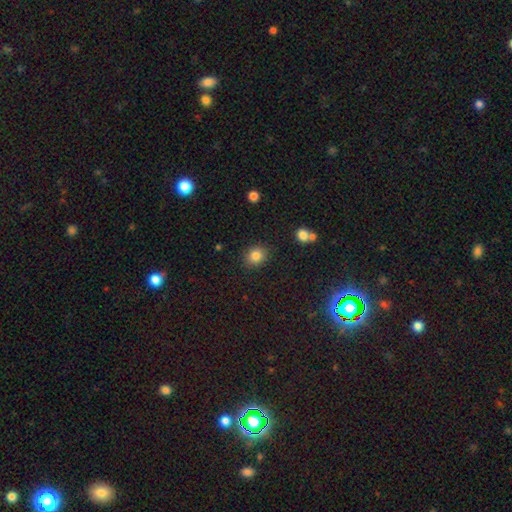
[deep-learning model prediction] This is clearly a smooth galaxy (83%). How rounded: likely round (68%). Merging: clearly none (86%).